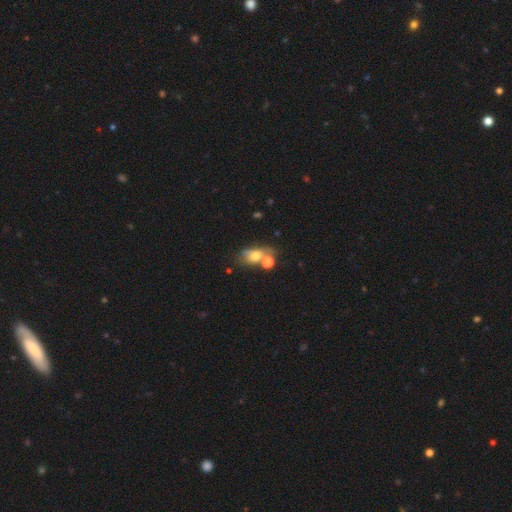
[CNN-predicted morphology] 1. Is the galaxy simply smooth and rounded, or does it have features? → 61% smooth, 25% featured or disk, 14% star or artifact.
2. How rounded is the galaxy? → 71% in between, 25% round, 4% cigar-shaped.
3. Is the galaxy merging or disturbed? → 38% merger, 33% none, 17% minor disturbance, 12% major disturbance.